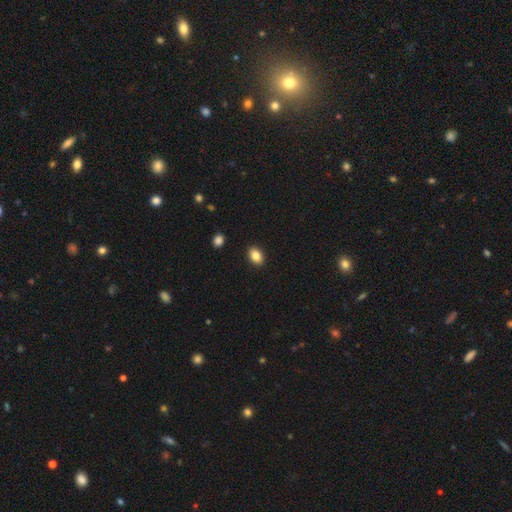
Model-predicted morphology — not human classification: type=smooth (85%); roundness=in between (85%); merging=none (90%).